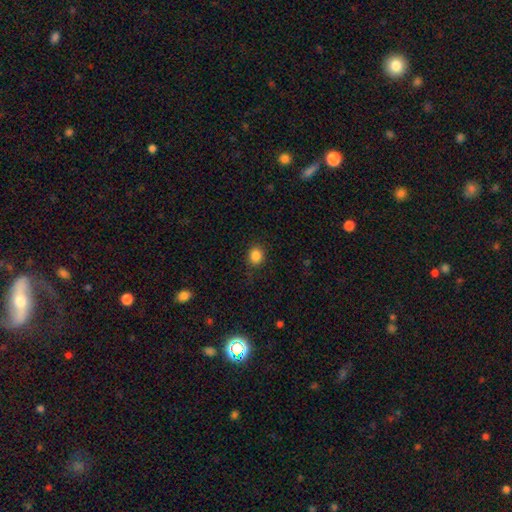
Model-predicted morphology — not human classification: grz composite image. It shows a smooth galaxy with no disk features (85%) that is round (80%). Merging: none (86%).